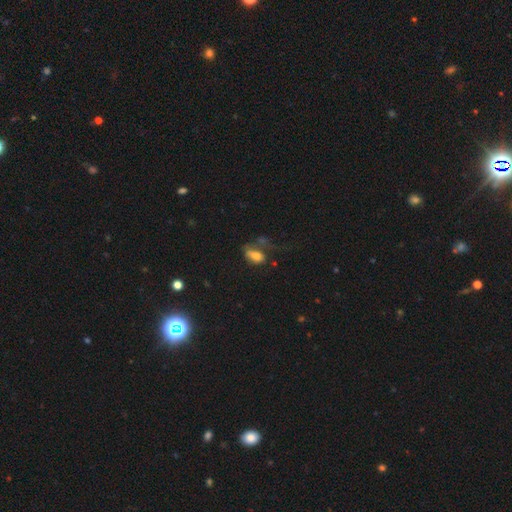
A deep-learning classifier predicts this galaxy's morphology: This appears to be a smooth galaxy with no disk features (71%) that is in between round and cigar-shaped (89%). Merging: major disturbance (40%).